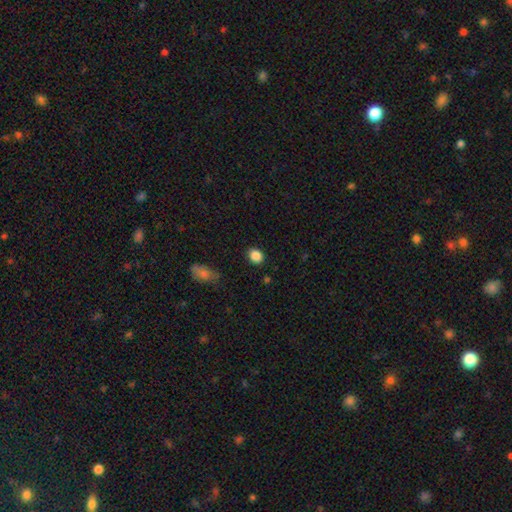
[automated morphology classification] Smooth or featured? Predicted: smooth (p=0.87). How rounded? Predicted: round (p=0.64). Merging? Predicted: none (p=0.88).